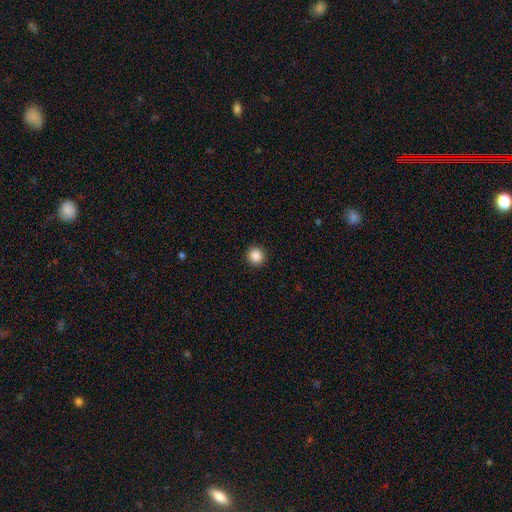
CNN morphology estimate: Smooth or featured: smooth — 88% (star or artifact — 9%)
How rounded: round — 94% (in between — 5%)
Merging: none — 92% (minor disturbance — 5%)